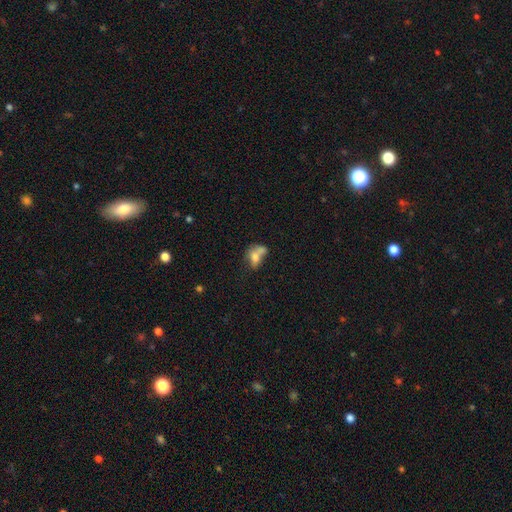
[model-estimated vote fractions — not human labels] Q: Smooth or featured?
A: smooth (66%); runner-up: featured or disk (23%)
Q: How rounded?
A: in between (72%); runner-up: round (24%)
Q: Merging?
A: merger (53%); runner-up: none (22%)